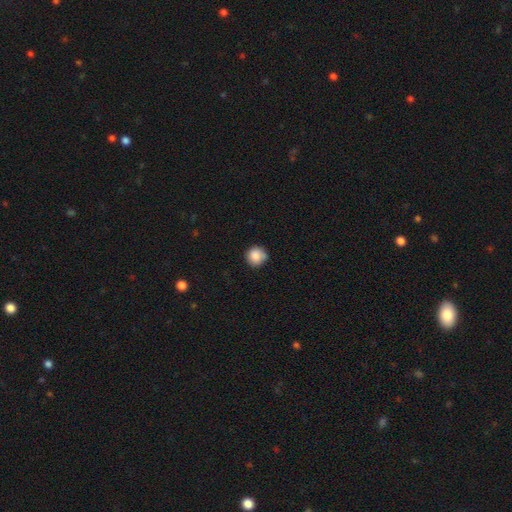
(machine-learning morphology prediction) type=smooth (85%); roundness=round (92%); merging=none (72%).